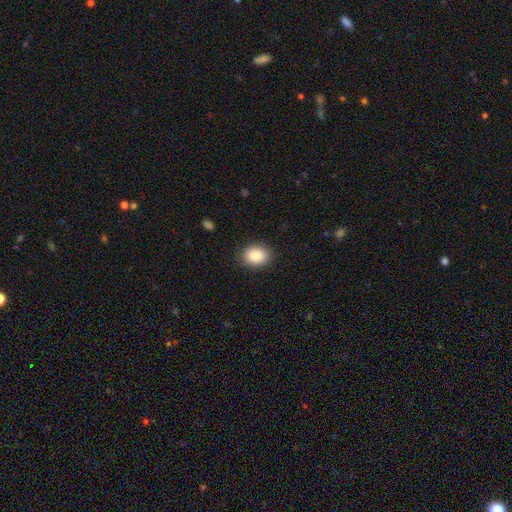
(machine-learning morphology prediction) Q: Smooth or featured?
A: smooth (86%); runner-up: star or artifact (7%)
Q: How rounded?
A: in between (67%); runner-up: round (32%)
Q: Merging?
A: none (86%); runner-up: minor disturbance (10%)